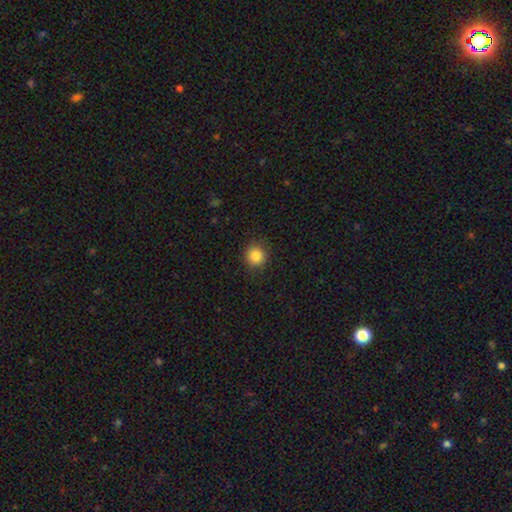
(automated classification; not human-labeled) Overall: smooth (85%). How rounded: round (93%). Merging: none (90%).